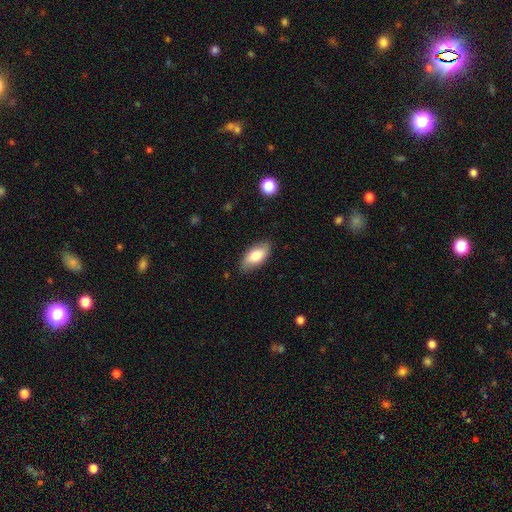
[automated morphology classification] Overall: smooth (79%). How rounded: in between (91%). Merging: none (82%).